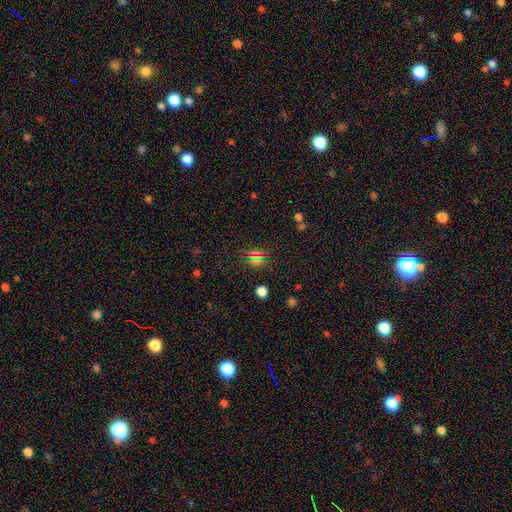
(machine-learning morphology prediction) Smooth or featured: star or artifact — 46% (smooth — 45%)